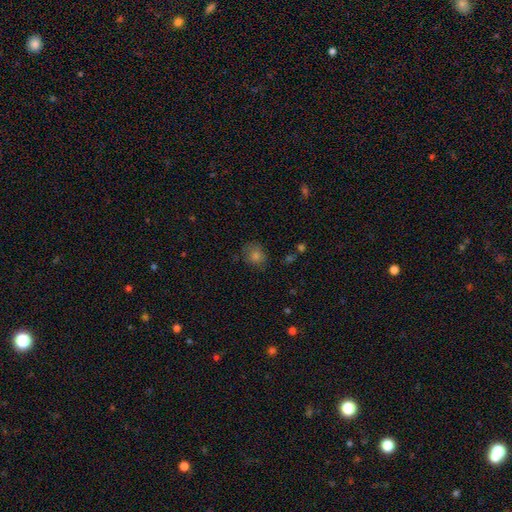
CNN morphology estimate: Q: Smooth or featured?
A: smooth (72%); runner-up: star or artifact (20%)
Q: How rounded?
A: round (76%); runner-up: in between (23%)
Q: Merging?
A: none (75%); runner-up: minor disturbance (17%)